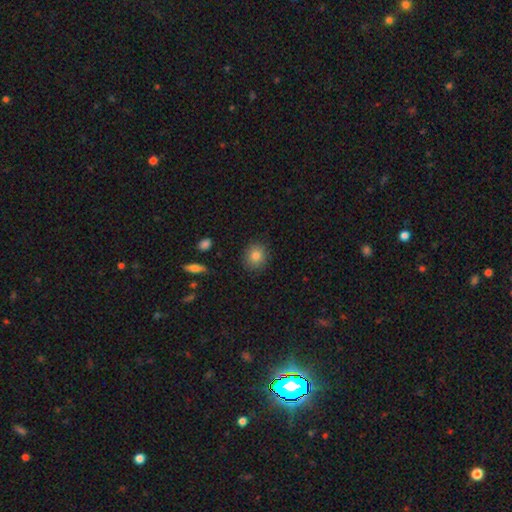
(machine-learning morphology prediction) smooth-or-featured: smooth: 83% | star or artifact: 10% | featured or disk: 7%
  how-rounded: round: 81% | in between: 18% | cigar-shaped: 1%
  merging: none: 88% | minor disturbance: 8% | major disturbance: 2% | merger: 1%